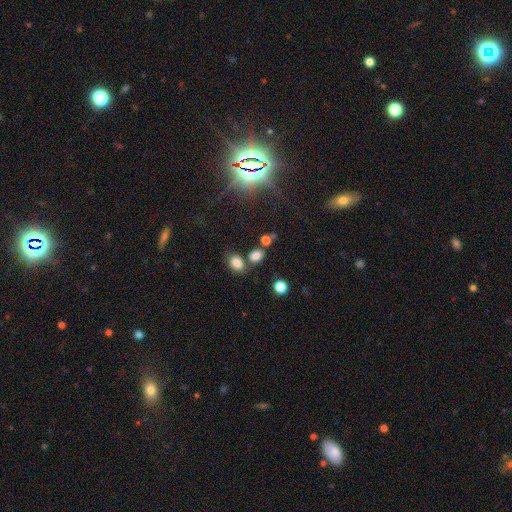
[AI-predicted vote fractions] Smooth or featured: smooth — 77% (star or artifact — 17%)
How rounded: in between — 64% (round — 35%)
Merging: none — 61% (merger — 22%)